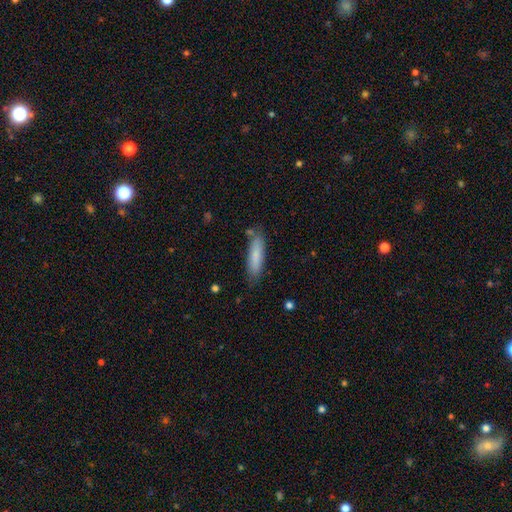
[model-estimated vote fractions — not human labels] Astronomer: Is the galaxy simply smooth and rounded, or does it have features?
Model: smooth — 82%.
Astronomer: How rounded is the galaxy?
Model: cigar-shaped — 72%.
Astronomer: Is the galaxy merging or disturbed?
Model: none — 78%.